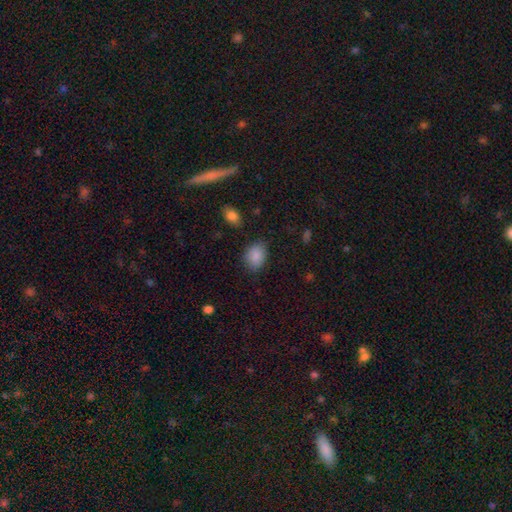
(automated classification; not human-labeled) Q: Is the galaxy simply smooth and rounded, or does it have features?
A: smooth — 88%.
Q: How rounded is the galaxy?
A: in between — 74%.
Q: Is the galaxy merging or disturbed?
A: none — 80%.